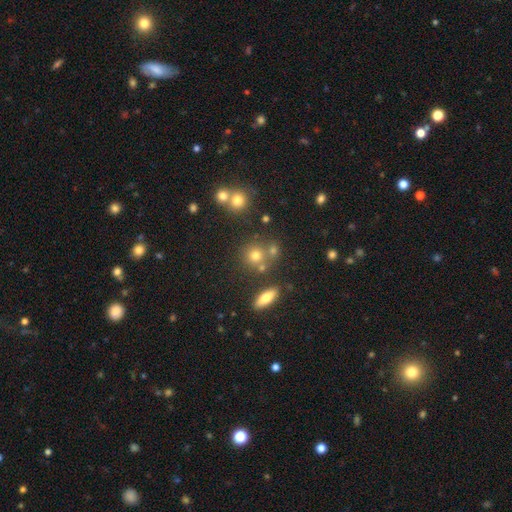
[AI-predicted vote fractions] Smooth or featured?
  - smooth: 66% *
  - star or artifact: 20%
  - featured or disk: 14%
How rounded?
  - round: 84% *
  - in between: 14%
  - cigar-shaped: 2%
Merging?
  - none: 64% *
  - merger: 22%
  - minor disturbance: 11%
  - major disturbance: 4%